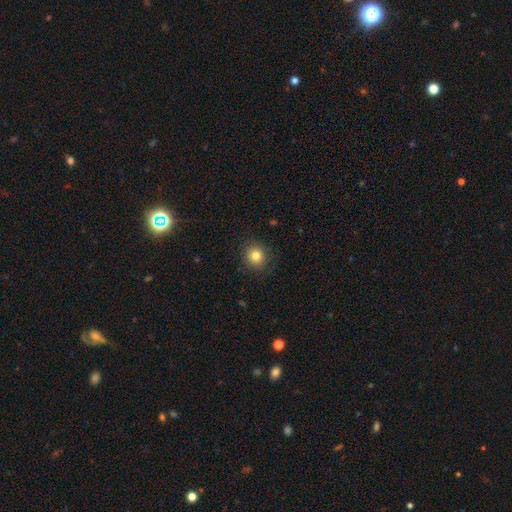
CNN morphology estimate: A smooth galaxy with no disk features (81%) that is round (86%).

Vote fractions:
- Smooth or featured? smooth: 81% / star or artifact: 12% / featured or disk: 7%
- How rounded? round: 86% / in between: 14% / cigar-shaped: 1%
- Merging? none: 88% / minor disturbance: 9% / major disturbance: 3% / merger: 1%